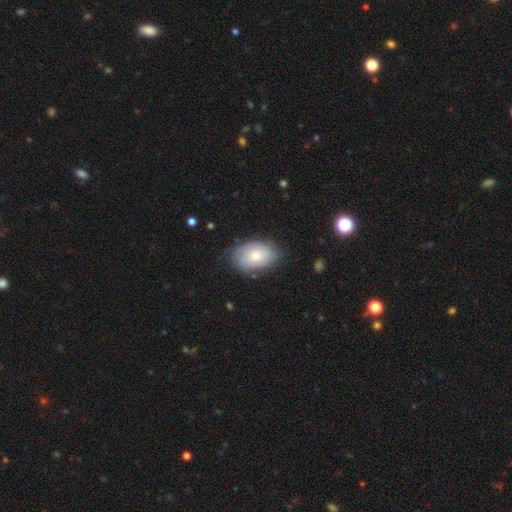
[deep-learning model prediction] This appears to be a smooth galaxy with no disk features (70%) that is in between round and cigar-shaped (89%). Merging: none (73%).